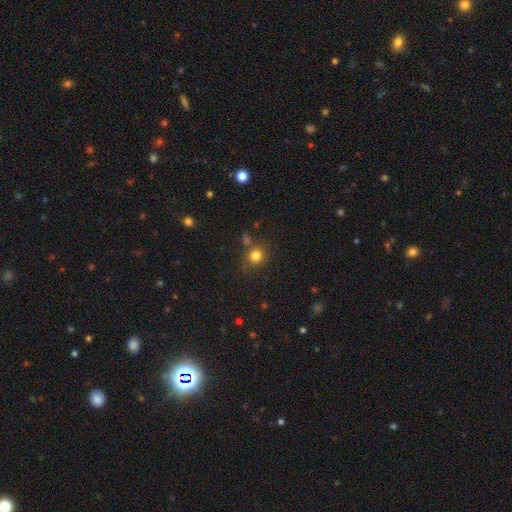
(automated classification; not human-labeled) Smooth or featured?
  - smooth: 81% *
  - star or artifact: 13%
  - featured or disk: 7%
How rounded?
  - round: 81% *
  - in between: 18%
  - cigar-shaped: 1%
Merging?
  - none: 70% *
  - minor disturbance: 15%
  - merger: 9%
  - major disturbance: 6%